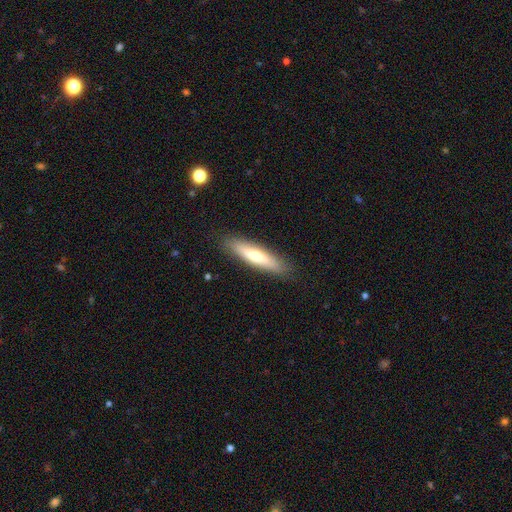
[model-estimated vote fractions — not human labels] smooth-or-featured: smooth: 58% | featured or disk: 37% | star or artifact: 6%
  how-rounded: cigar-shaped: 79% | in between: 20% | round: 1%
  merging: none: 88% | minor disturbance: 9% | major disturbance: 2% | merger: 1%